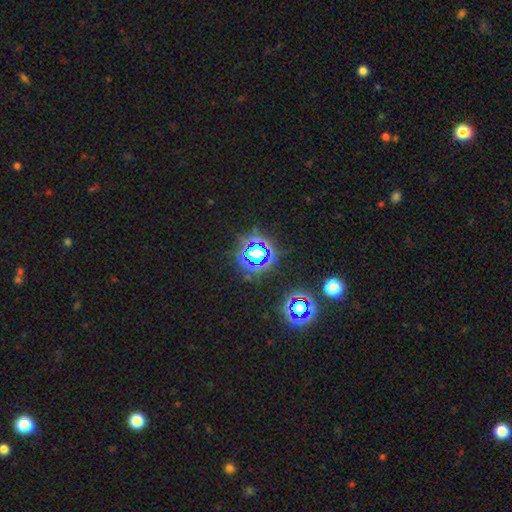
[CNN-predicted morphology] smooth-or-featured: star or artifact: 77% | smooth: 16% | featured or disk: 7%